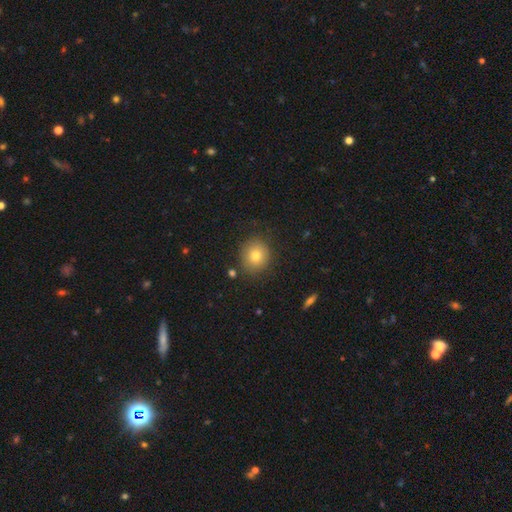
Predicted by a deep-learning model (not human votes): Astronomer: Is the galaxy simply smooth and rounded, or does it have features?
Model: smooth — 76%.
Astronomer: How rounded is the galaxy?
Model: round — 83%.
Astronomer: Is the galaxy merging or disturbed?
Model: none — 84%.